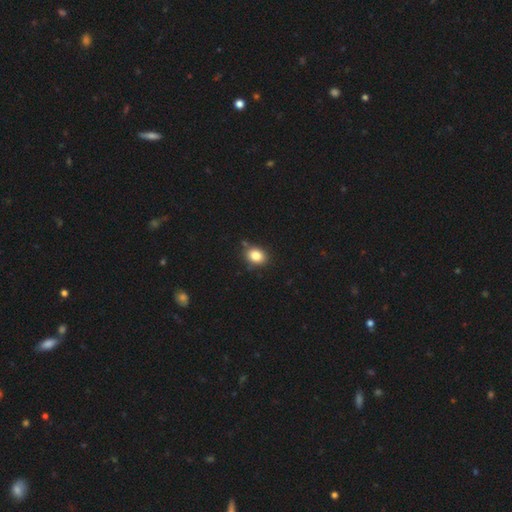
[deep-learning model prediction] Overall: smooth (84%). How rounded: in between (58%; round 41%). Merging: none (80%).